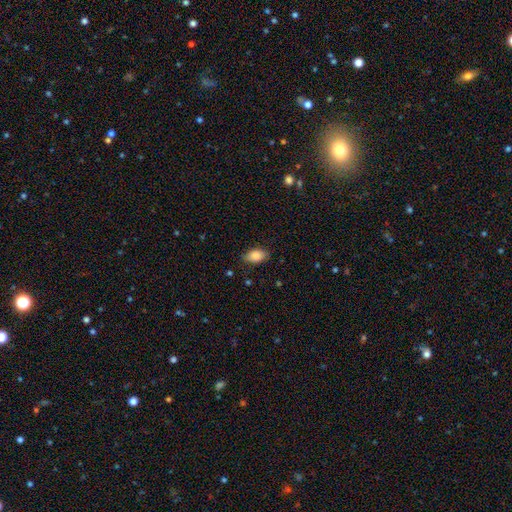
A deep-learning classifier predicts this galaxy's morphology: This appears to be a smooth galaxy with no disk features (87%) that is in between round and cigar-shaped (92%). Merging: none (83%).